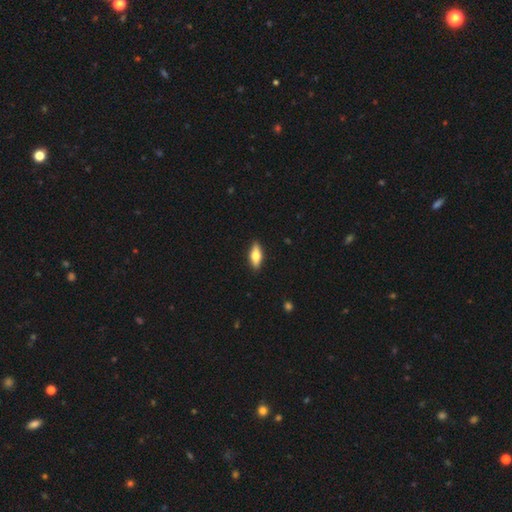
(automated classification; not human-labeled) A smooth galaxy with no disk features (62%) that is in between round and cigar-shaped (67%). Merging: none (89%).